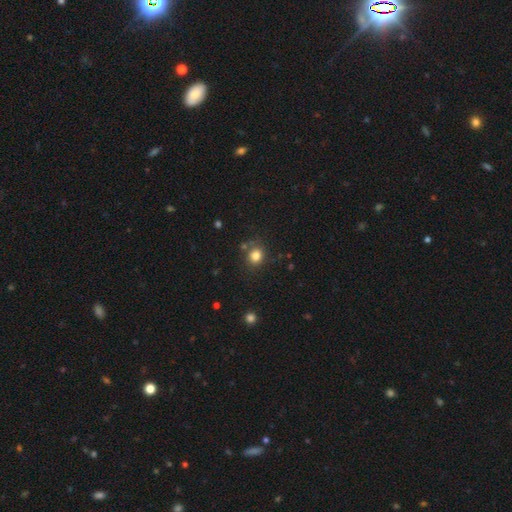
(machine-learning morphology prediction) The model was most divided on "how rounded": round: 78%, in between: 21%, cigar-shaped: 1%. More confident: smooth or featured — smooth (81%); merging — none (76%).